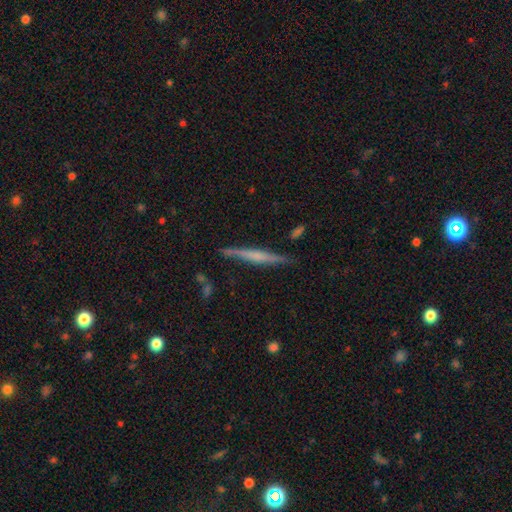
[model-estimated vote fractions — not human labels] smooth_or_featured: featured or disk (p=0.61) [alt: smooth p=0.33]
disk_edge_on: yes (p=0.97) [alt: no p=0.03]
edge_on_bulge: none (p=0.41) [alt: rounded p=0.36]
merging: none (p=0.84) [alt: minor disturbance p=0.12]